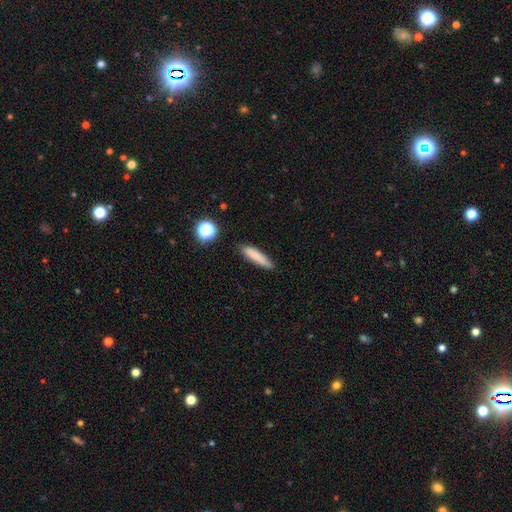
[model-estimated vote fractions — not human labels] Smooth or featured: smooth — 80% (featured or disk — 12%)
How rounded: cigar-shaped — 82% (in between — 16%)
Merging: none — 83% (minor disturbance — 13%)